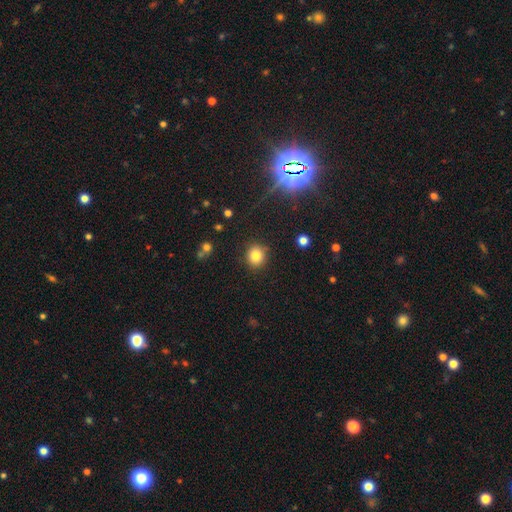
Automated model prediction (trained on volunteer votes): smooth-or-featured: smooth: 81% | star or artifact: 12% | featured or disk: 6%
  how-rounded: round: 82% | in between: 17% | cigar-shaped: 1%
  merging: none: 87% | minor disturbance: 8% | major disturbance: 3% | merger: 2%